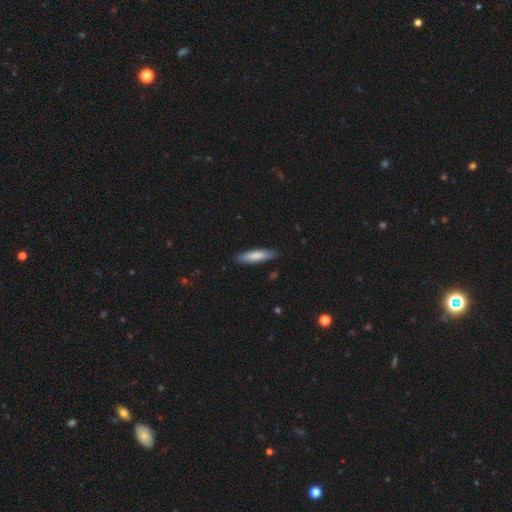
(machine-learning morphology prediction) This appears to be a smooth galaxy with no disk features (80%) that is cigar-shaped (76%). Merging: none (87%).